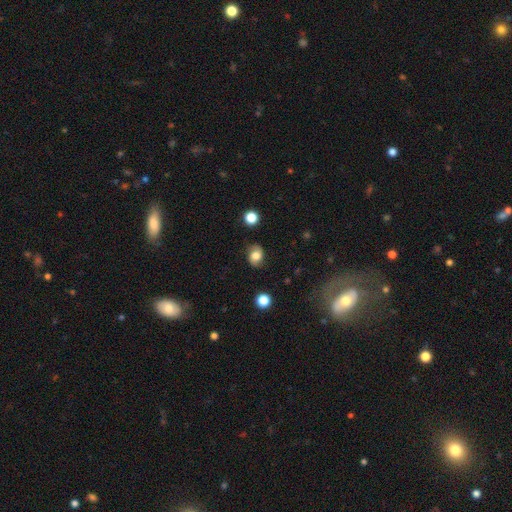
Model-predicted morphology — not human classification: A smooth galaxy with no disk features (60%) that is in between round and cigar-shaped (53%). Merging: none (77%).